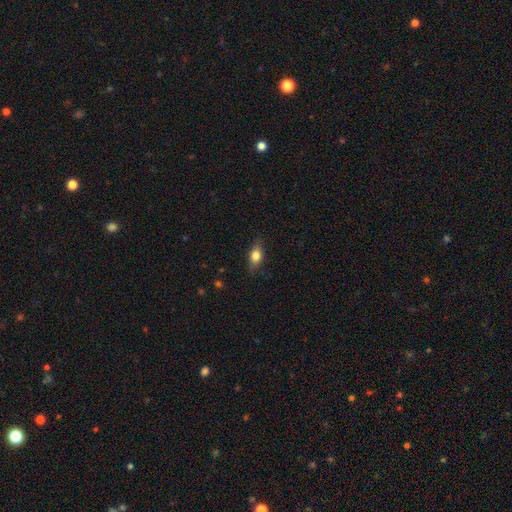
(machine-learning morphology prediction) Smooth or featured?
  - smooth: 72% *
  - featured or disk: 20%
  - star or artifact: 8%
How rounded?
  - in between: 77% *
  - cigar-shaped: 14%
  - round: 9%
Merging?
  - none: 81% *
  - minor disturbance: 15%
  - major disturbance: 3%
  - merger: 1%